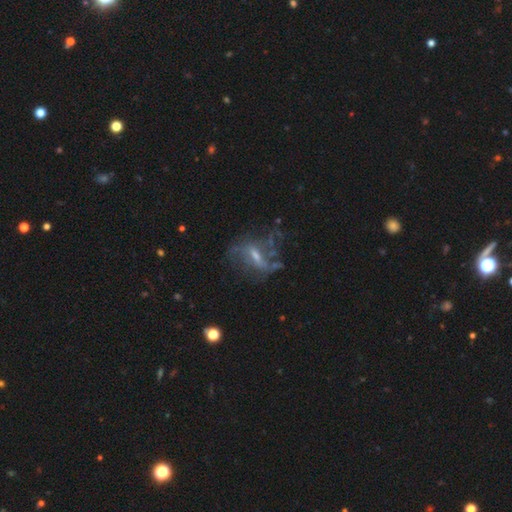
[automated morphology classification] type=featured or disk (72%); edge-on=no (89%); bar=weak (48%); spiral arms=yes (71%); bulge=small (44%); merging=none (50%).